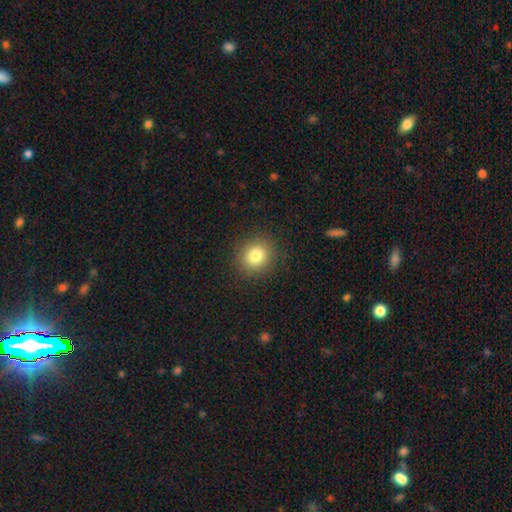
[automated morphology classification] type=smooth (81%); roundness=round (85%); merging=none (90%).